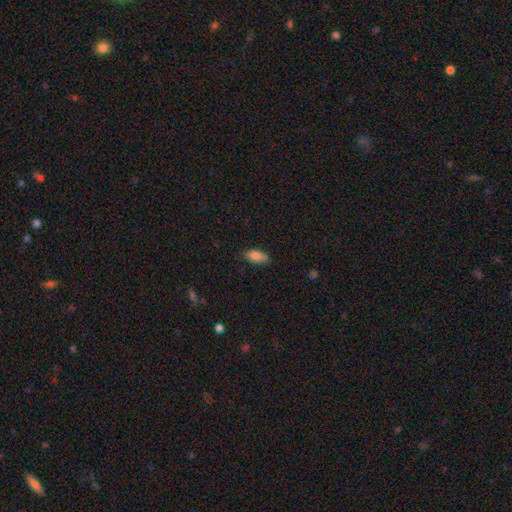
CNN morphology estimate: Smooth or featured? smooth (84%)
How rounded? in between (88%)
Merging? none (81%)